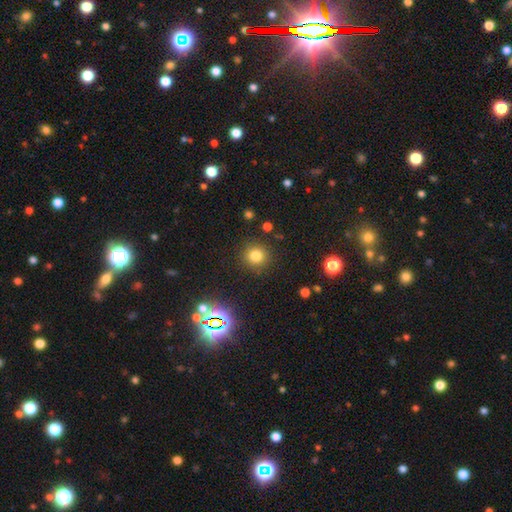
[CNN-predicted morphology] A smooth galaxy with no disk features (77%) that is round (93%). Merging: none (88%).